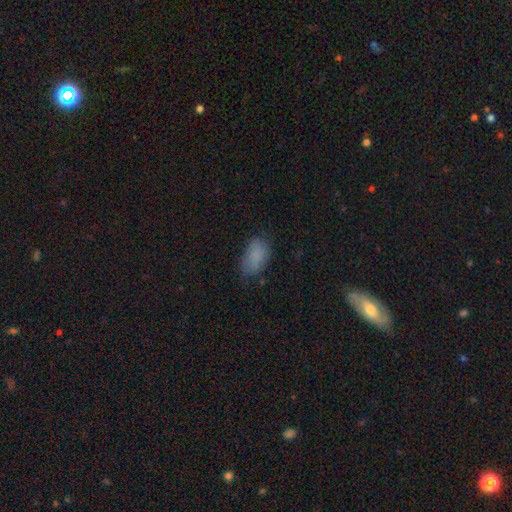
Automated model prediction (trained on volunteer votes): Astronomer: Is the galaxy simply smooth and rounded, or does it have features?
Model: smooth — 83%.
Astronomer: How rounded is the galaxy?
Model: in between — 92%.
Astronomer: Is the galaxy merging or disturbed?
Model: none — 64%.